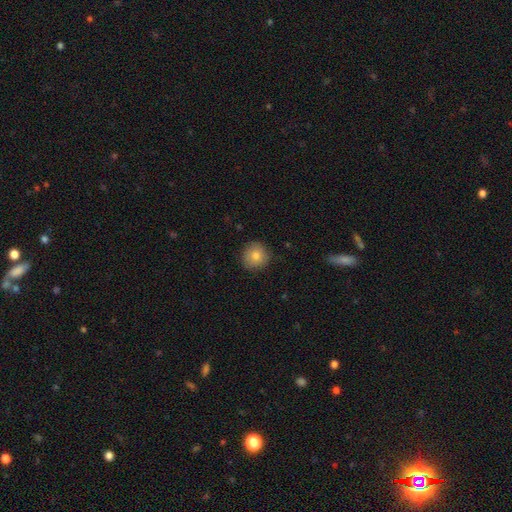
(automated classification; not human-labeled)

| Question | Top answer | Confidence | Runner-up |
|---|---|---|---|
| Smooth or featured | smooth | 81% | featured or disk (10%) |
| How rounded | round | 93% | in between (6%) |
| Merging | none | 88% | minor disturbance (9%) |